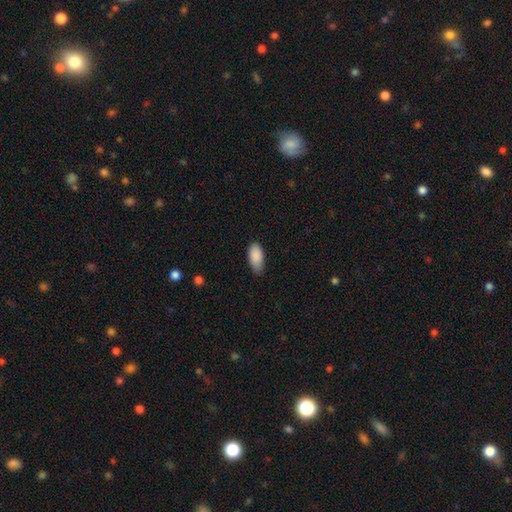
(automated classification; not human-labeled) smooth_or_featured: smooth (p=0.89) [alt: star or artifact p=0.07]
how_rounded: in between (p=0.93) [alt: cigar-shaped p=0.05]
merging: none (p=0.69) [alt: minor disturbance p=0.26]